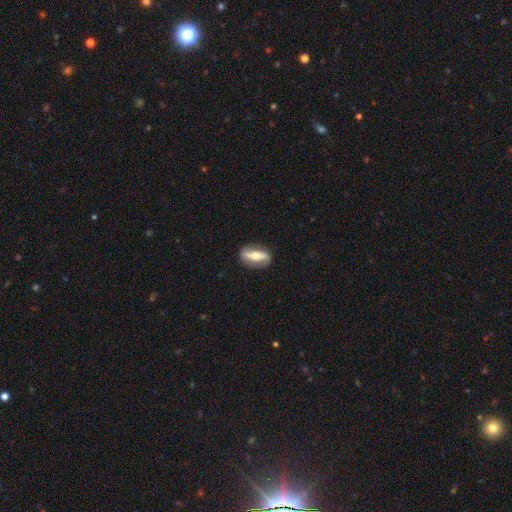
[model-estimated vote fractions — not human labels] Q: Smooth or featured?
A: featured or disk (60%); runner-up: smooth (35%)
Q: Edge-on disk?
A: no (69%); runner-up: yes (31%)
Q: Merging?
A: none (85%); runner-up: minor disturbance (11%)